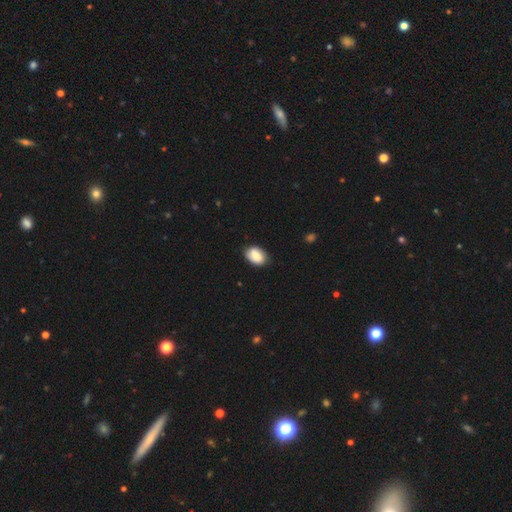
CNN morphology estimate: smooth 79%, featured or disk 14%, star or artifact 7%. Down the decision tree: how rounded — in between (85%); merging — none (79%).